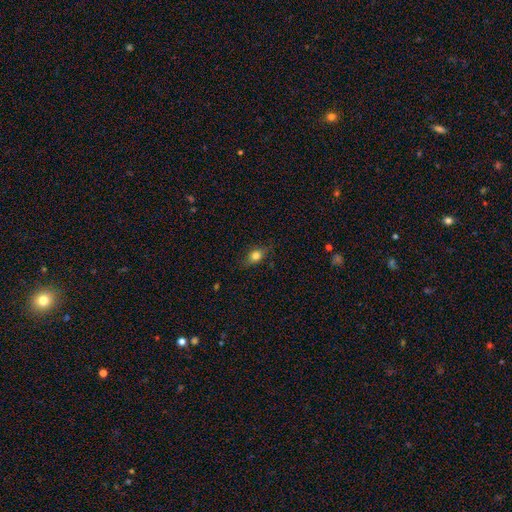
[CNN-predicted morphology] This appears to be a smooth galaxy with no disk features (76%) that is in between round and cigar-shaped (71%). Merging: none (77%).